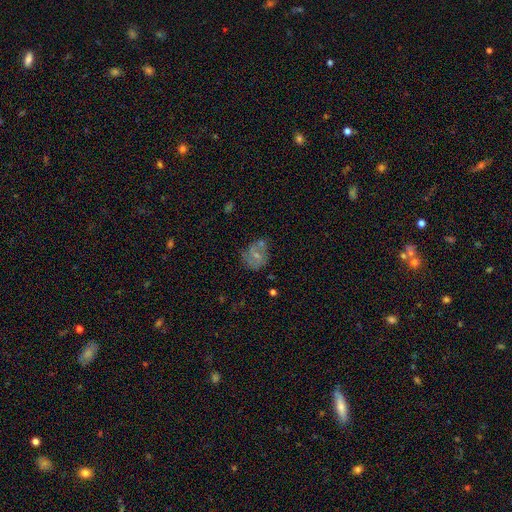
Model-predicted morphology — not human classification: Overall: smooth (53%; featured or disk 36%). How rounded: round (60%; in between 39%). Merging: none (46%; minor disturbance 22%).